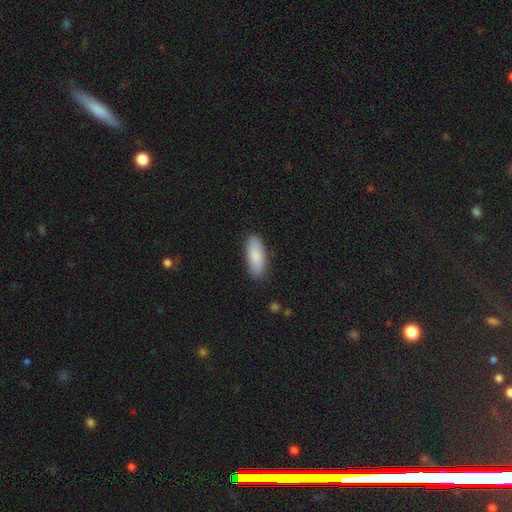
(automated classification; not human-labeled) Q: Smooth or featured?
A: smooth (85%); runner-up: featured or disk (9%)
Q: How rounded?
A: in between (77%); runner-up: cigar-shaped (21%)
Q: Merging?
A: none (85%); runner-up: minor disturbance (12%)